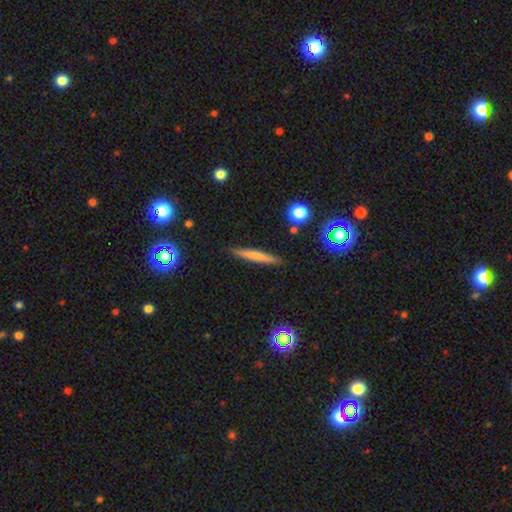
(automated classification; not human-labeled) A smooth galaxy with no disk features (63%) that is cigar-shaped (94%). Merging: none (88%).